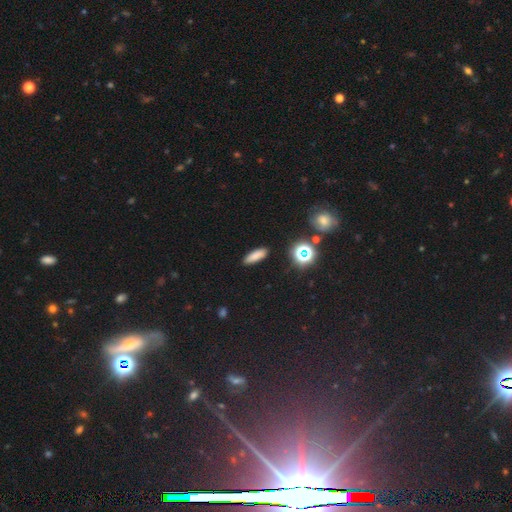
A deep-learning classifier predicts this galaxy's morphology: smooth_or_featured: smooth (p=0.79) [alt: star or artifact p=0.14]
how_rounded: cigar-shaped (p=0.49) [alt: in between p=0.47]
merging: none (p=0.90) [alt: minor disturbance p=0.07]